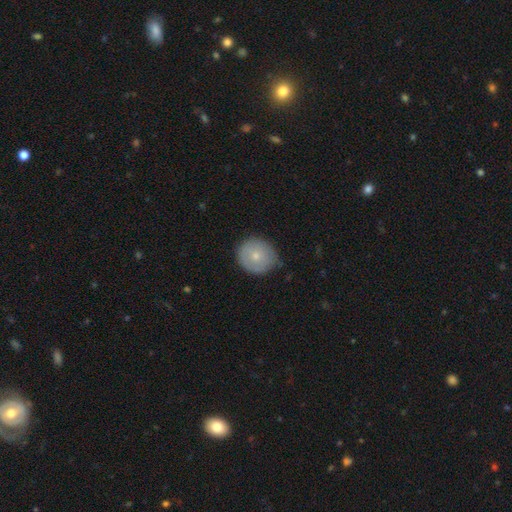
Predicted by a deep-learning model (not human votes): Q: Smooth or featured?
A: smooth (71%); runner-up: featured or disk (22%)
Q: How rounded?
A: round (86%); runner-up: in between (13%)
Q: Merging?
A: none (77%); runner-up: minor disturbance (19%)